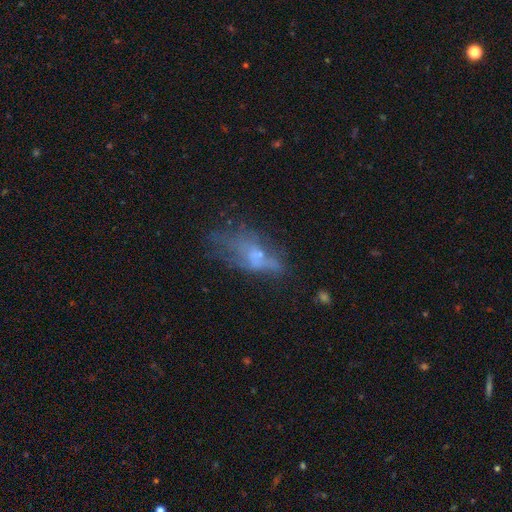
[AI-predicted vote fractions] Overall: featured or disk (45%; smooth 38%). Merging: none (34%, tied with major disturbance).